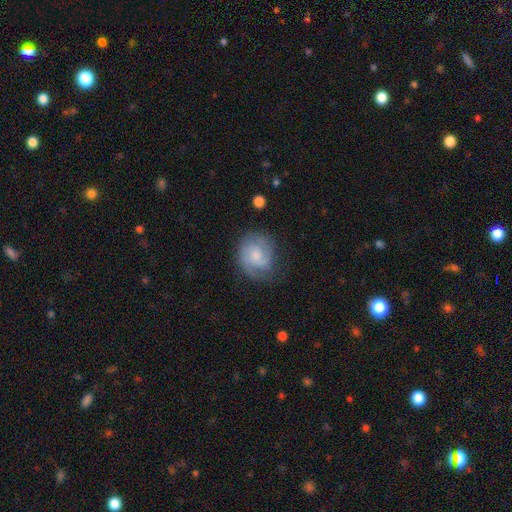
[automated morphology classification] Smooth or featured?
  - featured or disk: 63% *
  - smooth: 31%
  - star or artifact: 7%
Edge-on disk?
  - no: 98% *
  - yes: 2%
Bar?
  - no: 67% *
  - weak: 29%
  - strong: 4%
Spiral arms?
  - yes: 90% *
  - no: 10%
Spiral winding?
  - tight: 44% *
  - medium: 41%
  - loose: 15%
Spiral arm count?
  - 2: 50% *
  - can't tell: 21%
  - 3: 12%
  - 1: 11%
  - 4: 3%
  - more than 4: 3%
Bulge size?
  - small: 57% *
  - moderate: 33%
  - none: 7%
  - large: 3%
  - dominant: 1%
Merging?
  - none: 65% *
  - minor disturbance: 23%
  - major disturbance: 11%
  - merger: 2%